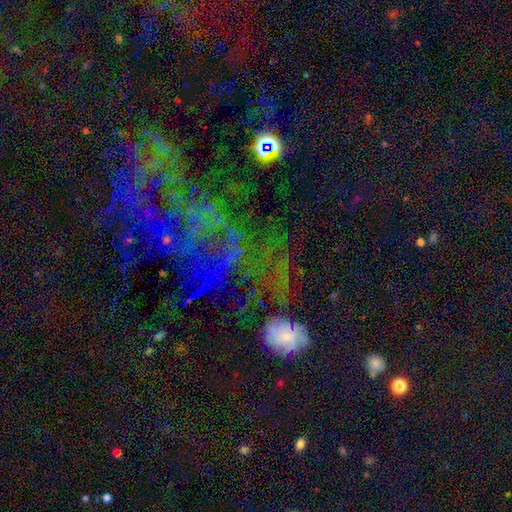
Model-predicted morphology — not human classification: smooth-or-featured: star or artifact: 53% | featured or disk: 24% | smooth: 23%